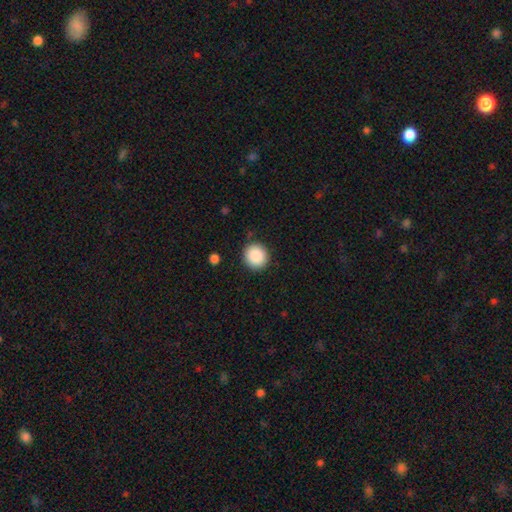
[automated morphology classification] type=smooth (89%); roundness=round (91%); merging=none (89%).